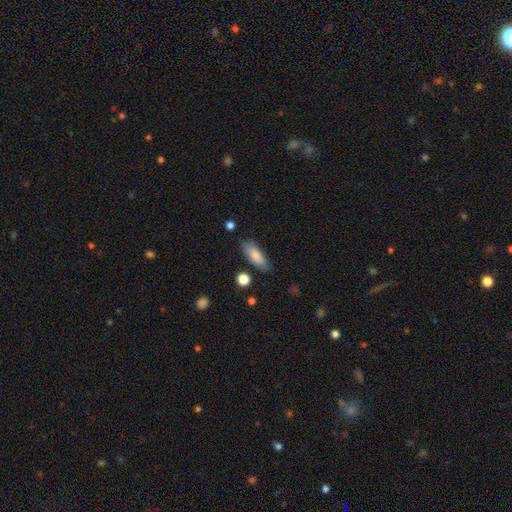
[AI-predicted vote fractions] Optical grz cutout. It shows a smooth galaxy with no disk features (82%) that is in between round and cigar-shaped (72%). Merging: none (81%).